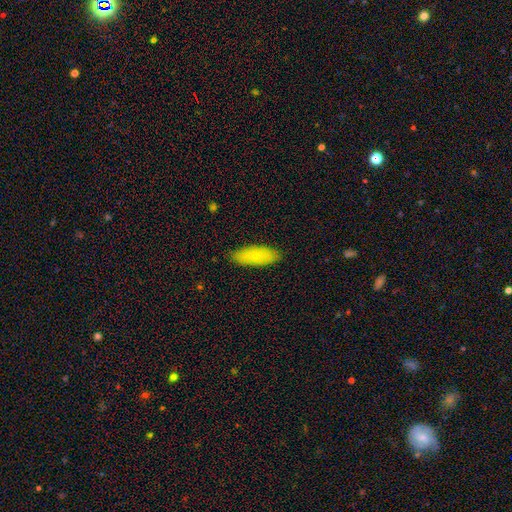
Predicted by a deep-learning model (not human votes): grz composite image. It shows a smooth galaxy with no disk features (82%) that is in between round and cigar-shaped (71%). Merging: none (87%).